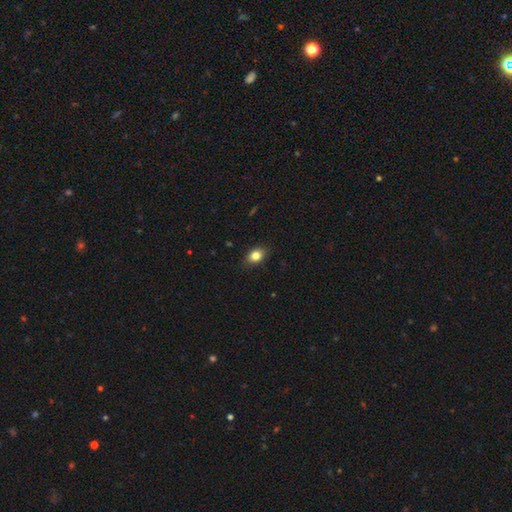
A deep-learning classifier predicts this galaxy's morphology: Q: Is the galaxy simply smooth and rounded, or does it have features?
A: smooth — 83%.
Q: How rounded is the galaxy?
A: in between — 71%.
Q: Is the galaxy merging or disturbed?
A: none — 85%.